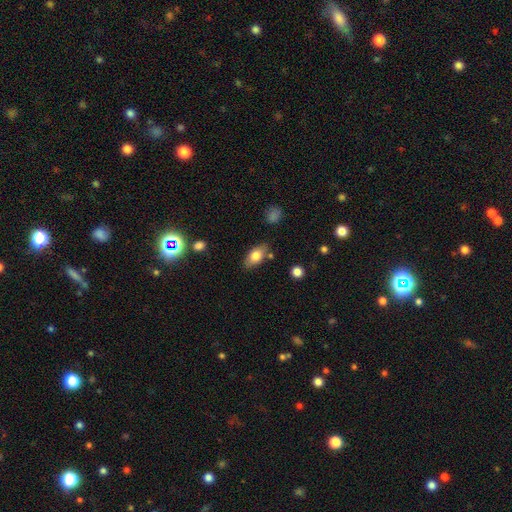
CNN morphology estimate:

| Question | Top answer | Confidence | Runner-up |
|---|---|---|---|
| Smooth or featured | smooth | 77% | featured or disk (15%) |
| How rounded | in between | 89% | round (6%) |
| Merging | none | 77% | minor disturbance (14%) |